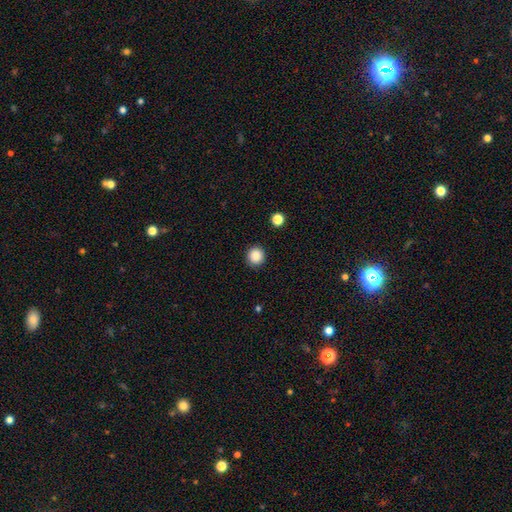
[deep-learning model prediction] smooth 87%, star or artifact 10%, featured or disk 3%. Down the decision tree: how rounded — round (93%); merging — none (92%).